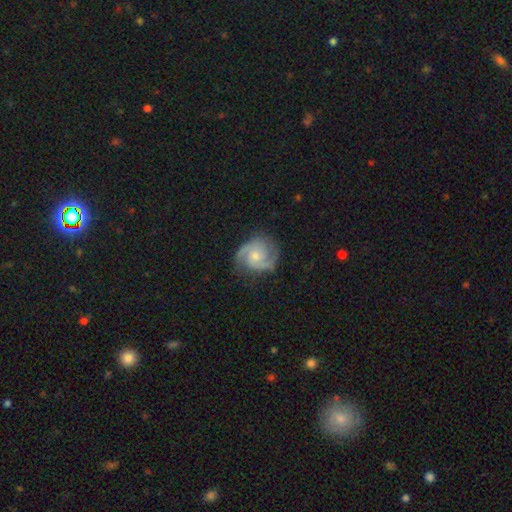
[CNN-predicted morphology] Smooth or featured? Predicted: featured or disk (p=0.85). Edge-on disk? Predicted: no (p=0.98). Bar? Predicted: no (p=0.69). Spiral arms? Predicted: yes (p=0.97). Spiral winding? Predicted: medium (p=0.48). Spiral arm count? Predicted: 2 (p=0.73). Bulge size? Predicted: small (p=0.47). Merging? Predicted: none (p=0.75).